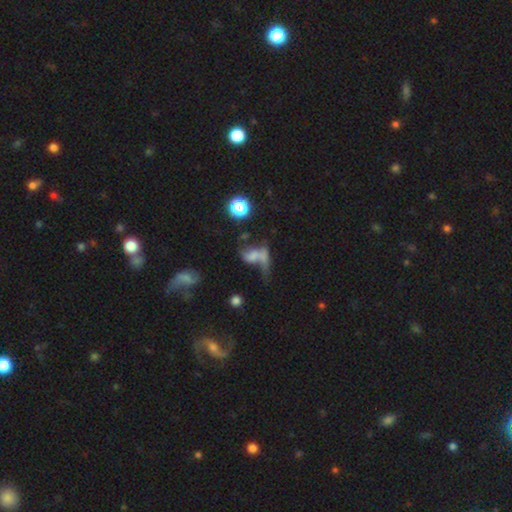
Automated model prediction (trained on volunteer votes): Smooth or featured? Predicted: smooth (p=0.43). Merging? Predicted: merger (p=0.36).